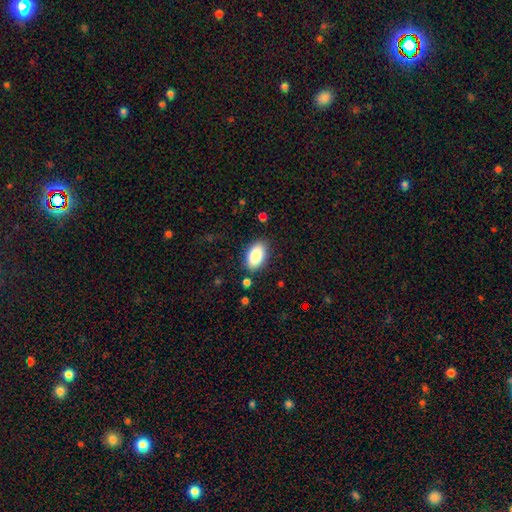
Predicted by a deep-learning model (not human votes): This appears to be a smooth galaxy with no disk features (84%) that is in between round and cigar-shaped (93%). Merging: none (85%).